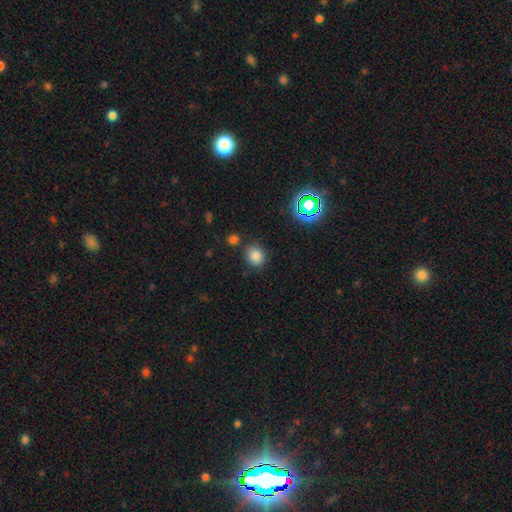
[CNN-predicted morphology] A smooth galaxy with no disk features (78%) that is round (64%). Merging: none (77%).